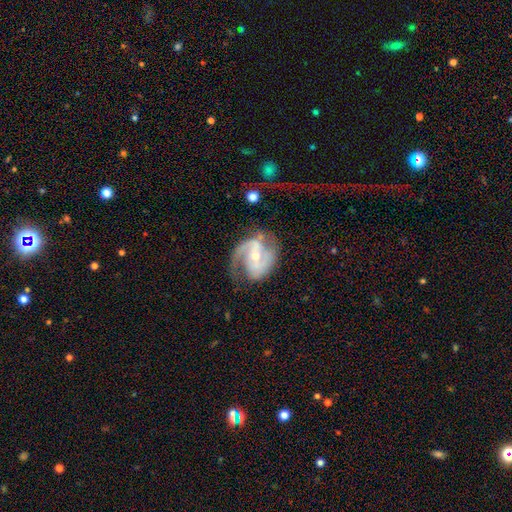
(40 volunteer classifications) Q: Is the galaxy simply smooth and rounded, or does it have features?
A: featured or disk — 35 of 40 (88%).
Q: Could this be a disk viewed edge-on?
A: no — 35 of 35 (100%).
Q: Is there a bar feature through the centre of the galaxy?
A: strong — 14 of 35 (40%).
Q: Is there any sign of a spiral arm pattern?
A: yes — 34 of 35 (97%).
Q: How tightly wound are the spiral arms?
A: medium — 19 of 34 (56%).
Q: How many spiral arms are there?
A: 2 — 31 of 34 (91%).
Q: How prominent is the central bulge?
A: small — 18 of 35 (51%).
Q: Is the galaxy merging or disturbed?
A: none — 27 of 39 (69%).